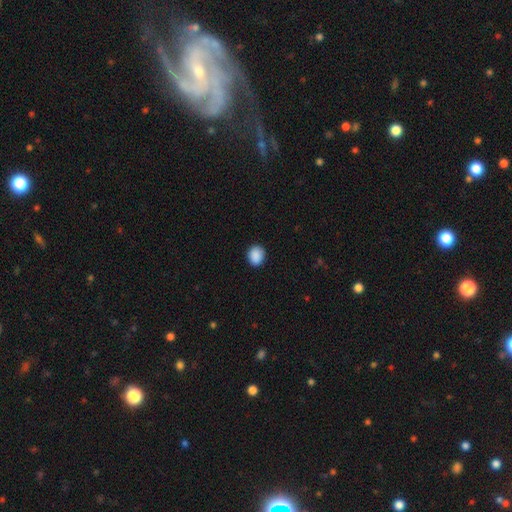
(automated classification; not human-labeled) A smooth galaxy with no disk features (90%) that is round (57%).

Vote fractions:
- Smooth or featured? smooth: 90% / star or artifact: 8% / featured or disk: 2%
- How rounded? round: 57% / in between: 42% / cigar-shaped: 1%
- Merging? none: 89% / minor disturbance: 8% / major disturbance: 2% / merger: 1%